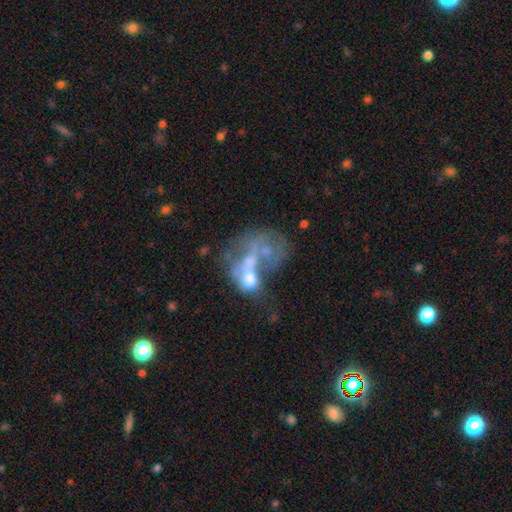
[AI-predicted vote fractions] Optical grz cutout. It shows a featured or disk galaxy (52%) with no bar (88%), no spiral arms (88%) and no central bulge (37%). Merging: merger (54%).